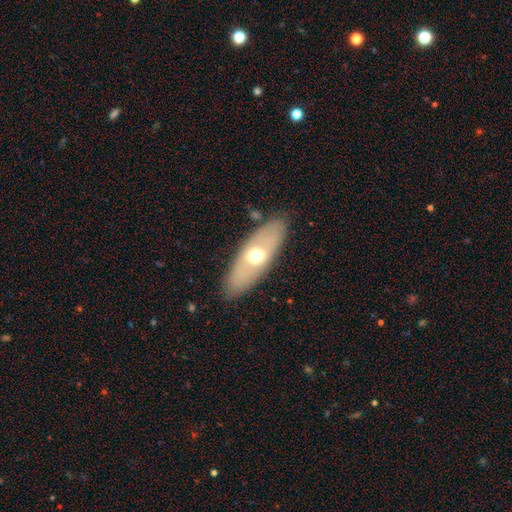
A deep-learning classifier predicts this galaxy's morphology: This appears to be a smooth galaxy with no disk features (47%). Merging: none (86%).